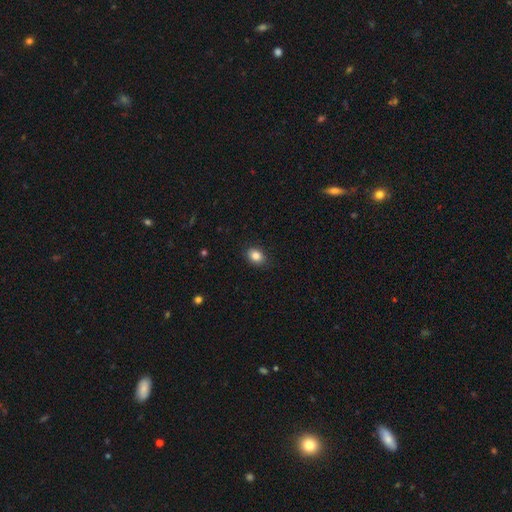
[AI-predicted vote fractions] This appears to be a smooth galaxy with no disk features (86%) that is in between round and cigar-shaped (68%). Merging: none (86%).